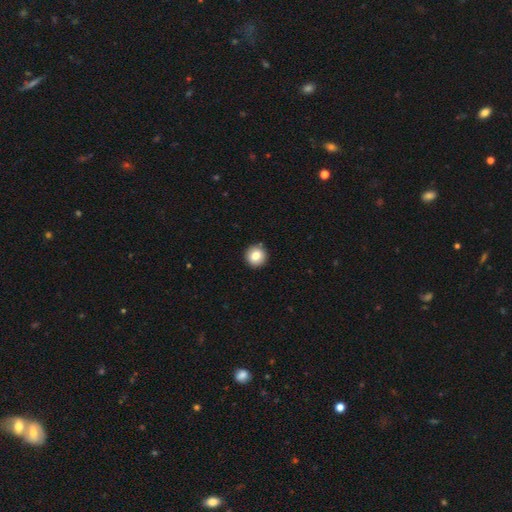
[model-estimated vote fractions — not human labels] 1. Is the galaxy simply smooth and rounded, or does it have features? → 82% smooth, 9% star or artifact, 9% featured or disk.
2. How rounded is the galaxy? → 94% round, 5% in between, 1% cigar-shaped.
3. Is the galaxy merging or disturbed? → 91% none, 6% minor disturbance, 2% major disturbance, 1% merger.